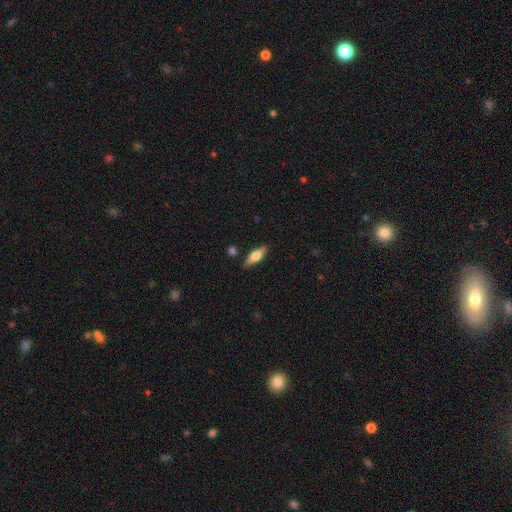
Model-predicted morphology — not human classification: Smooth or featured?
  - smooth: 55% *
  - featured or disk: 39%
  - star or artifact: 6%
How rounded?
  - in between: 52% *
  - cigar-shaped: 46%
  - round: 3%
Merging?
  - none: 86% *
  - minor disturbance: 10%
  - merger: 2%
  - major disturbance: 2%